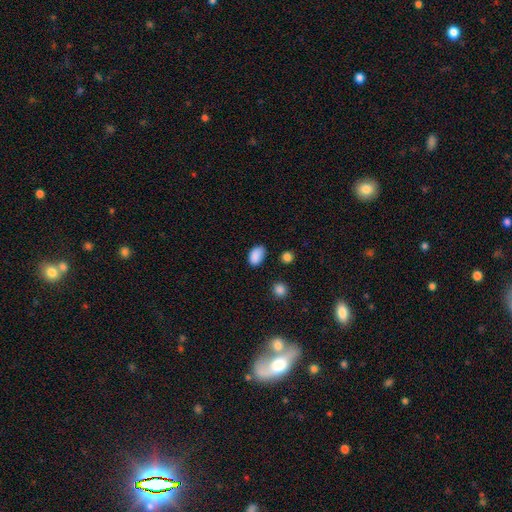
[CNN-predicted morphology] Smooth or featured? Predicted: smooth (p=0.87). How rounded? Predicted: in between (p=0.87). Merging? Predicted: none (p=0.72).